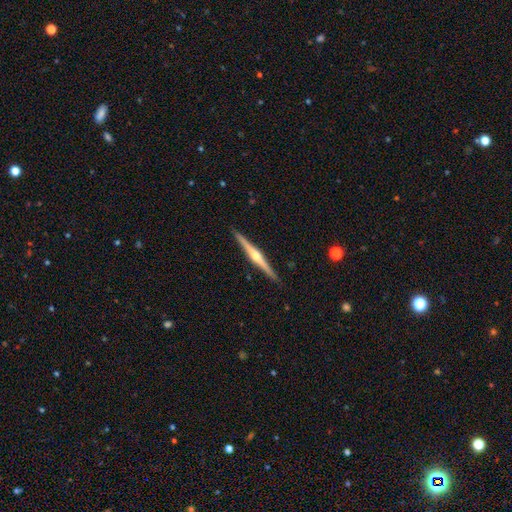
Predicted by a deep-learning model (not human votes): Smooth or featured?
  - featured or disk: 82% *
  - smooth: 14%
  - star or artifact: 5%
Edge-on disk?
  - yes: 99% *
  - no: 1%
Edge-on bulge?
  - rounded: 91% *
  - none: 5%
  - boxy: 4%
Merging?
  - none: 92% *
  - minor disturbance: 6%
  - major disturbance: 1%
  - merger: 1%